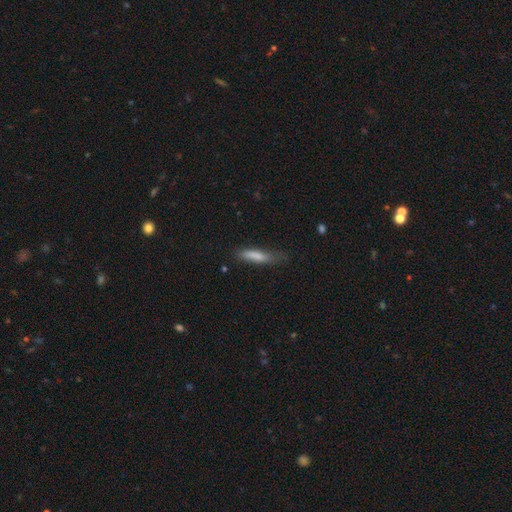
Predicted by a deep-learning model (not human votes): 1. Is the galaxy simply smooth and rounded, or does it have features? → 80% smooth, 13% featured or disk, 7% star or artifact.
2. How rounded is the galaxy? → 77% cigar-shaped, 21% in between, 2% round.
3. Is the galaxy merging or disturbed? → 59% none, 29% minor disturbance, 10% major disturbance, 2% merger.